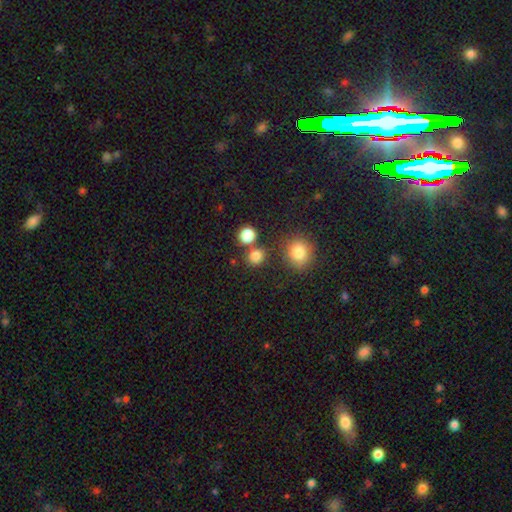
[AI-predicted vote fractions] A smooth galaxy with no disk features (81%) that is round (84%).

Vote fractions:
- Smooth or featured? smooth: 81% / star or artifact: 14% / featured or disk: 5%
- How rounded? round: 84% / in between: 15% / cigar-shaped: 1%
- Merging? none: 73% / merger: 16% / minor disturbance: 8% / major disturbance: 3%